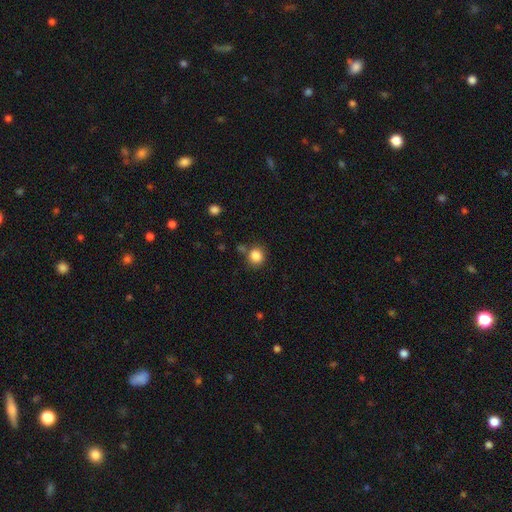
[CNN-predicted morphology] The model was most divided on "merging": none: 73%, minor disturbance: 14%, merger: 9%, major disturbance: 4%. More confident: smooth or featured — smooth (85%); how rounded — round (83%).